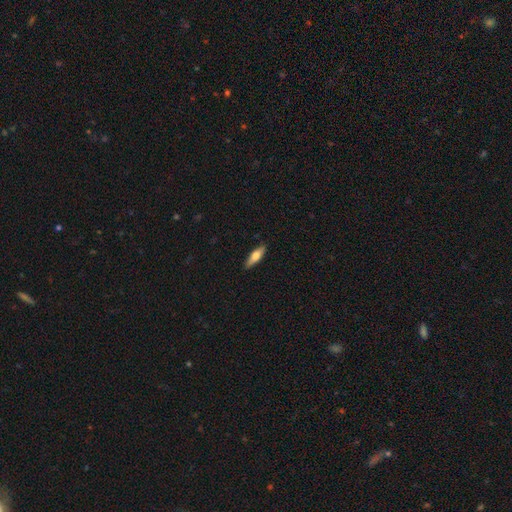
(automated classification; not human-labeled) A smooth galaxy with no disk features (62%) that is cigar-shaped (56%).

Vote fractions:
- Smooth or featured? smooth: 62% / featured or disk: 32% / star or artifact: 6%
- How rounded? cigar-shaped: 56% / in between: 42% / round: 2%
- Merging? none: 88% / minor disturbance: 10% / major disturbance: 2% / merger: 1%